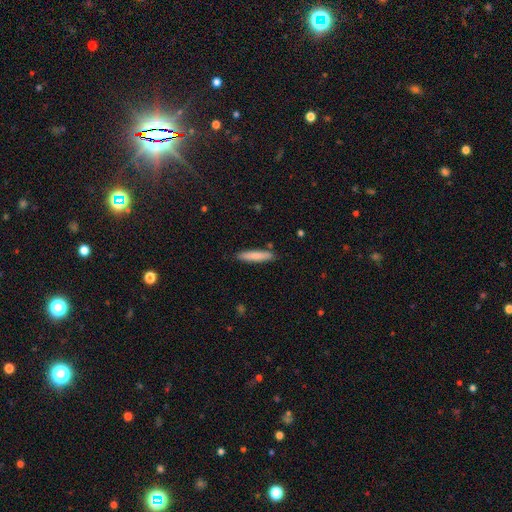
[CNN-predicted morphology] type=smooth (80%); roundness=cigar-shaped (87%); merging=none (86%).